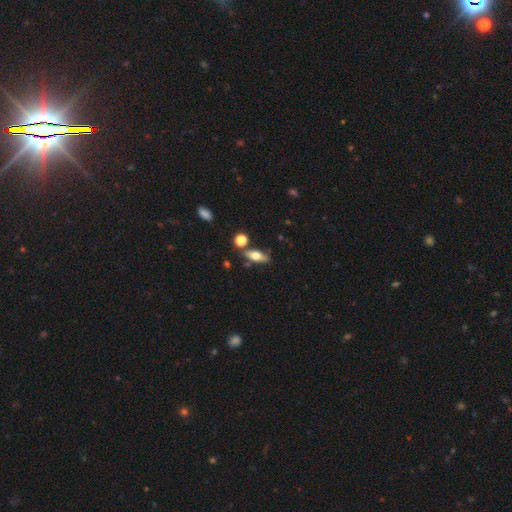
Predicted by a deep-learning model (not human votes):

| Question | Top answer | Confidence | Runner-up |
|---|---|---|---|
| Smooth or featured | smooth | 62% | featured or disk (29%) |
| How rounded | in between | 72% | cigar-shaped (23%) |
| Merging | none | 69% | minor disturbance (16%) |